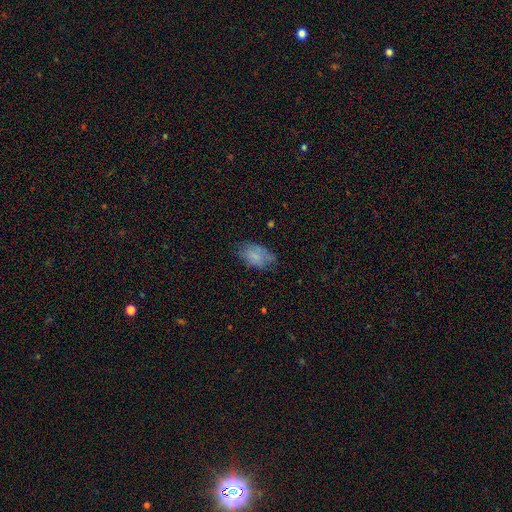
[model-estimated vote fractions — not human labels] This appears to be a smooth galaxy with no disk features (75%) that is in between round and cigar-shaped (91%). Merging: none (60%).